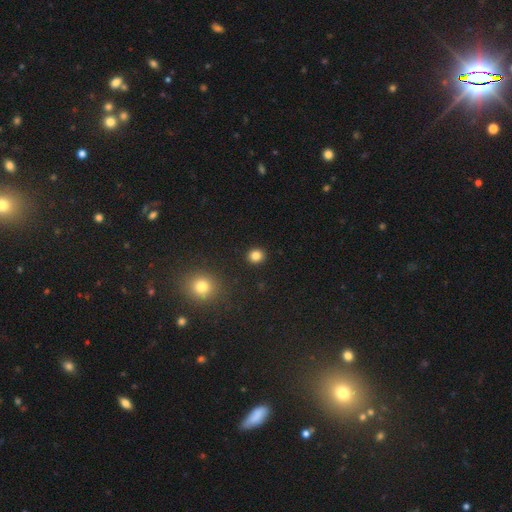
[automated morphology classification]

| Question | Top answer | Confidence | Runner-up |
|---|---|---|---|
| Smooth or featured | smooth | 83% | star or artifact (12%) |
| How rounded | round | 87% | in between (12%) |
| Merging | none | 92% | minor disturbance (5%) |